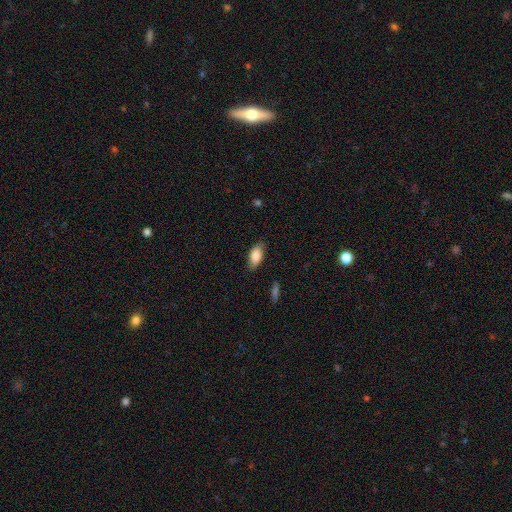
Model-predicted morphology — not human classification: type=smooth (84%); roundness=in between (91%); merging=none (79%).